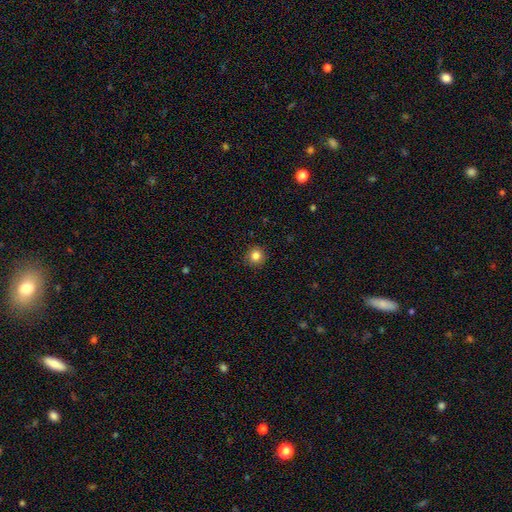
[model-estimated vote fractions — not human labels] smooth-or-featured: smooth: 84% | star or artifact: 11% | featured or disk: 5%
  how-rounded: round: 92% | in between: 7% | cigar-shaped: 1%
  merging: none: 90% | minor disturbance: 7% | major disturbance: 2% | merger: 1%